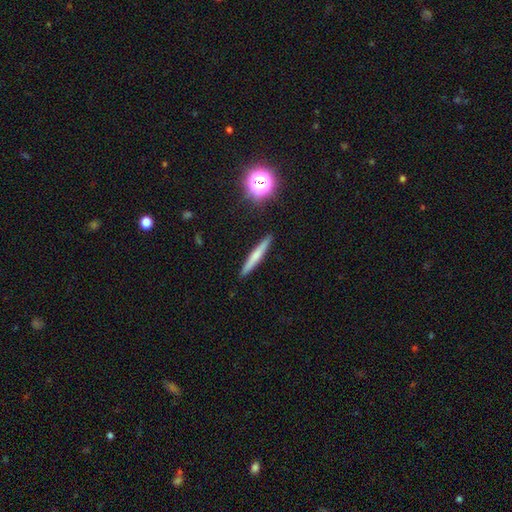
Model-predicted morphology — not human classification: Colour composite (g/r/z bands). It shows a smooth galaxy with no disk features (53%) that is cigar-shaped (94%). Merging: none (91%).